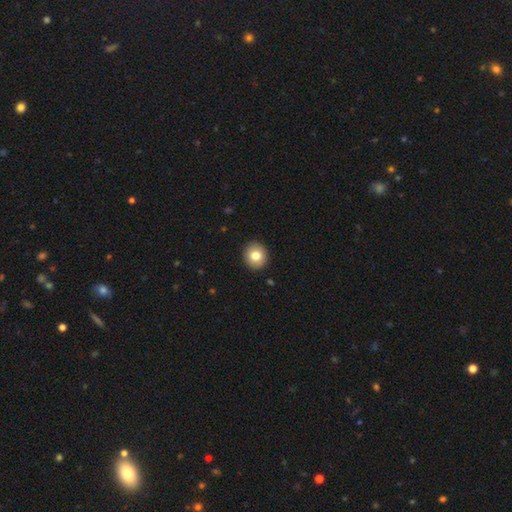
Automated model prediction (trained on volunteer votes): This appears to be a smooth galaxy with no disk features (81%) that is round (84%). Merging: none (92%).